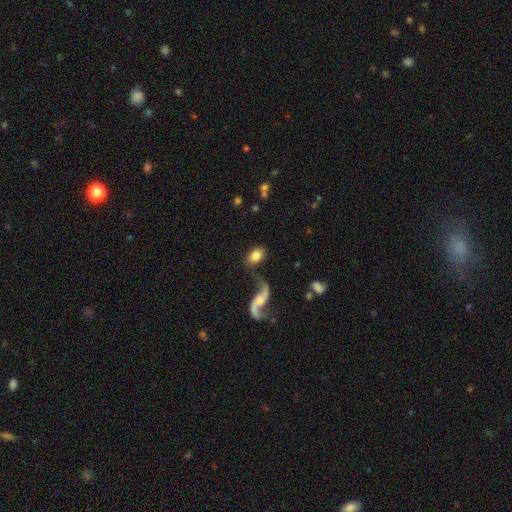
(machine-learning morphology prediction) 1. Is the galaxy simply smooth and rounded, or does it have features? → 70% smooth, 23% featured or disk, 7% star or artifact.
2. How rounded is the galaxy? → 82% in between, 16% round, 2% cigar-shaped.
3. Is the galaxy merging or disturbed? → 64% none, 15% minor disturbance, 13% merger, 8% major disturbance.